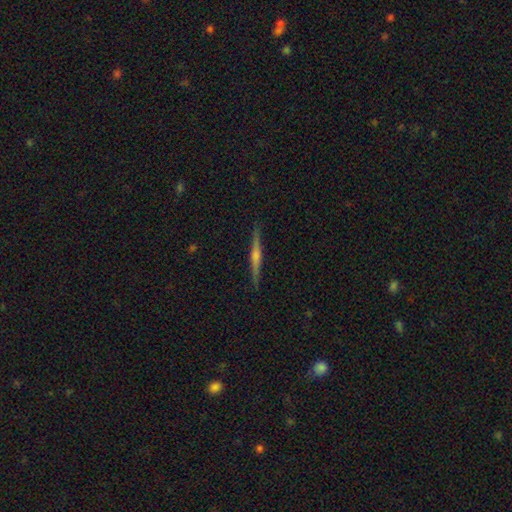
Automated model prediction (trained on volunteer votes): The model was most divided on "smooth or featured": featured or disk: 77%, smooth: 16%, star or artifact: 6%. More confident: edge-on disk — yes (98%); merging — none (92%); edge-on bulge — rounded (76%).